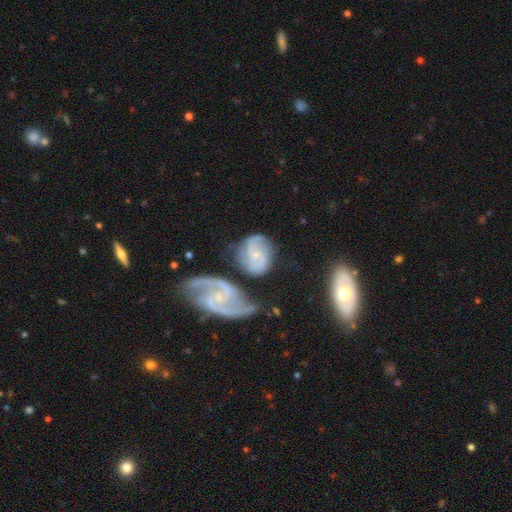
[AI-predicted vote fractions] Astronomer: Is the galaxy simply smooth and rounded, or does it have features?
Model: featured or disk — 73%.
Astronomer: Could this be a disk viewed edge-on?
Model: no — 97%.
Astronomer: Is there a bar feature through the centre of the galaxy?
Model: no — 58% (runner-up: weak, 34%).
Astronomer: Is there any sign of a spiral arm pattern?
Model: yes — 92%.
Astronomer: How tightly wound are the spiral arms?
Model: medium — 47% (runner-up: tight, 32%).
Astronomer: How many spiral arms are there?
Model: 2 — 64%.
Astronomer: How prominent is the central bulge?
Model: small — 76%.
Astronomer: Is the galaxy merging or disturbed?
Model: none — 45% (runner-up: merger, 22%).